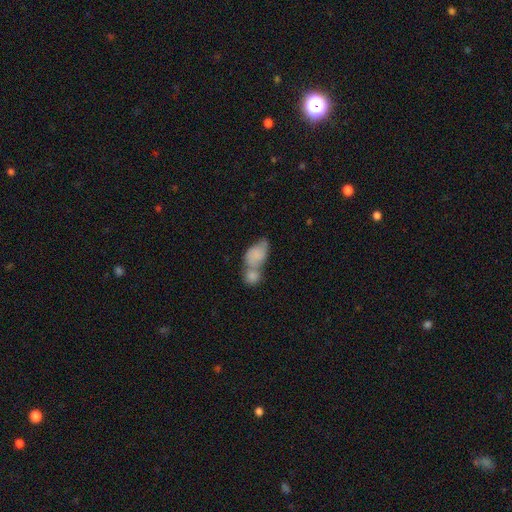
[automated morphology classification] This is likely a smooth galaxy (76%). How rounded: clearly in between (84%). Merging: likely merger (70%).